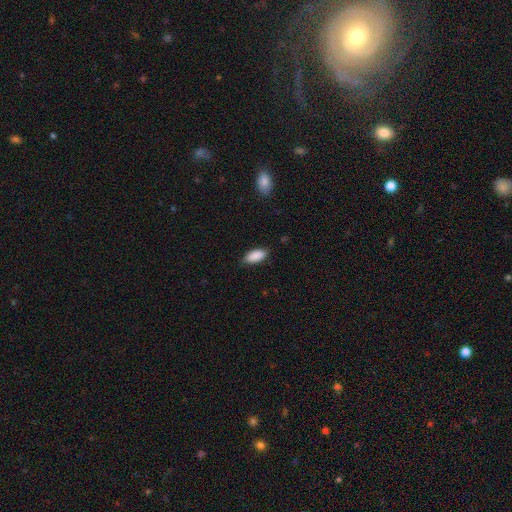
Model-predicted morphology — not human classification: type=smooth (90%); roundness=in between (90%); merging=none (83%).